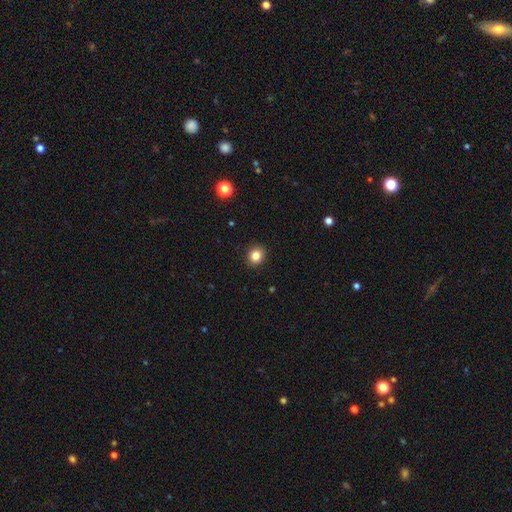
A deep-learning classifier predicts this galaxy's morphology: Overall: smooth (83%). How rounded: round (81%). Merging: none (92%).